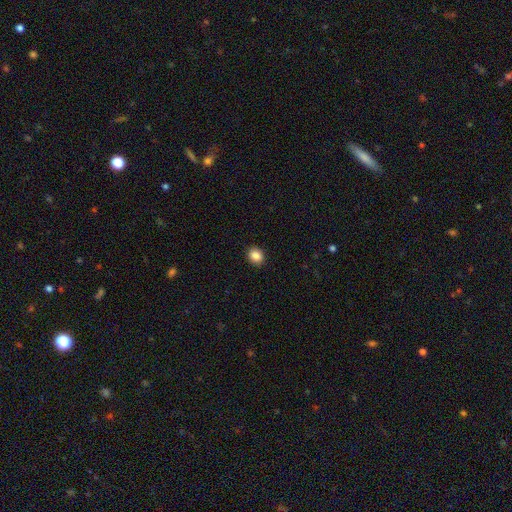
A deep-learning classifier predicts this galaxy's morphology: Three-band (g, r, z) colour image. It shows a smooth galaxy with no disk features (86%) that is round (64%). Merging: none (91%).